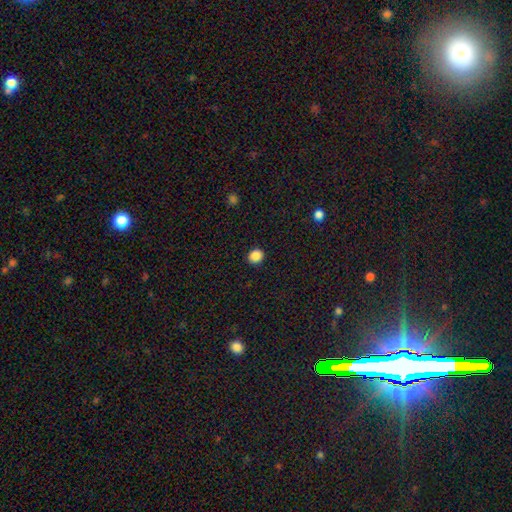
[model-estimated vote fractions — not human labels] Smooth or featured? Predicted: smooth (p=0.87). How rounded? Predicted: round (p=0.80). Merging? Predicted: none (p=0.91).